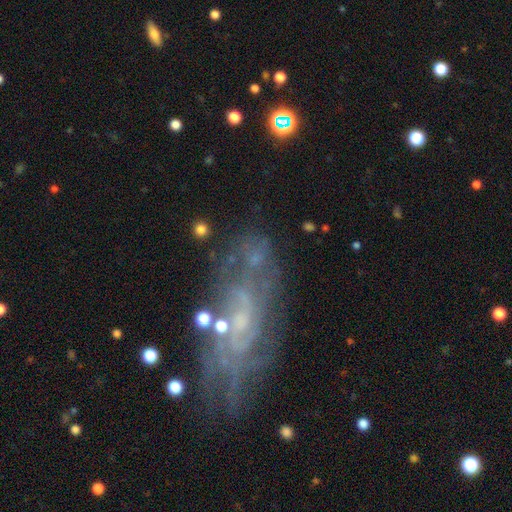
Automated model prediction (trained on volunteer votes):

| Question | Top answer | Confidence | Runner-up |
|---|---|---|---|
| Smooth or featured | featured or disk | 74% | smooth (14%) |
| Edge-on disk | no | 94% | yes (6%) |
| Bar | no | 56% | weak (35%) |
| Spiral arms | yes | 89% | no (11%) |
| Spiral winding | tight | 45% | medium (40%) |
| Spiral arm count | can't tell | 33% | tied: 2 (33%) |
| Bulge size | small | 54% | moderate (23%) |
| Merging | none | 61% | minor disturbance (20%) |